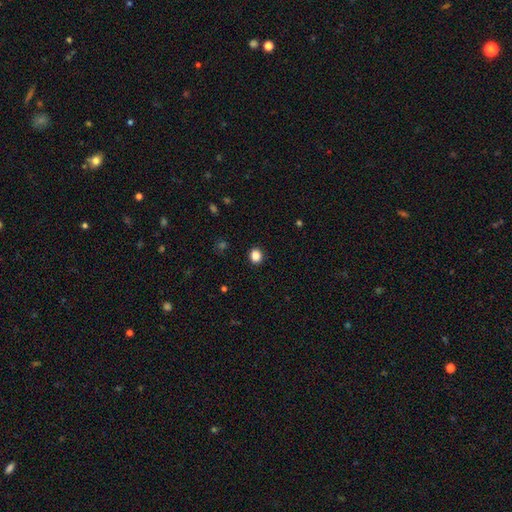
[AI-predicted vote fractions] A smooth galaxy with no disk features (86%) that is round (65%). Merging: none (90%).